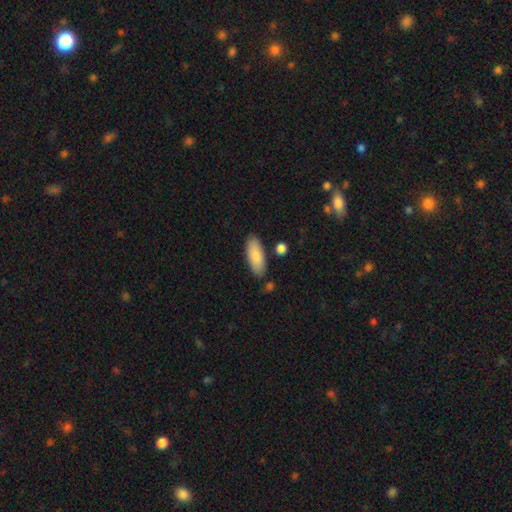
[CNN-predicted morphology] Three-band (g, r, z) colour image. It shows a smooth galaxy with no disk features (84%) that is in between round and cigar-shaped (78%). Merging: none (82%).